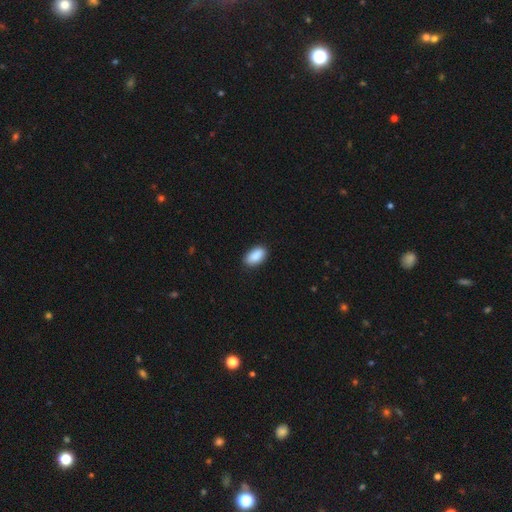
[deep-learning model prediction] Smooth or featured?
  - smooth: 90% *
  - star or artifact: 6%
  - featured or disk: 3%
How rounded?
  - in between: 93% *
  - round: 4%
  - cigar-shaped: 3%
Merging?
  - none: 87% *
  - minor disturbance: 10%
  - major disturbance: 2%
  - merger: 1%